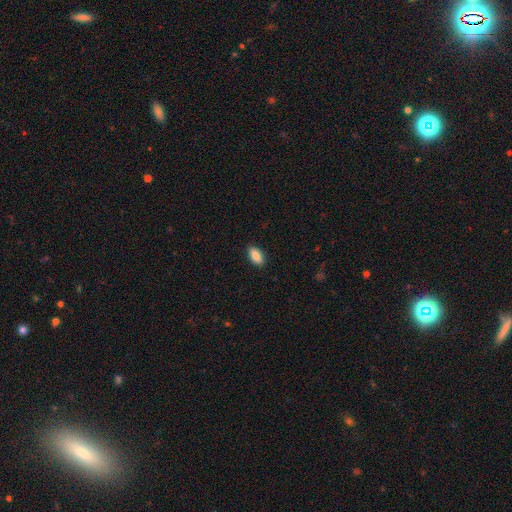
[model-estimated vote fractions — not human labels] Overall: smooth (88%). How rounded: in between (92%). Merging: none (89%).